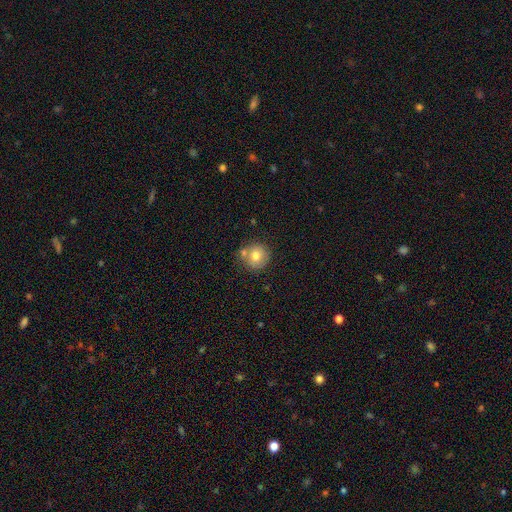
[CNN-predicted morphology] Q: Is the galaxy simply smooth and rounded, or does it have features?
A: smooth — 74%.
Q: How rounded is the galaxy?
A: round — 91%.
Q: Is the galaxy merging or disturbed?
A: none — 62%.